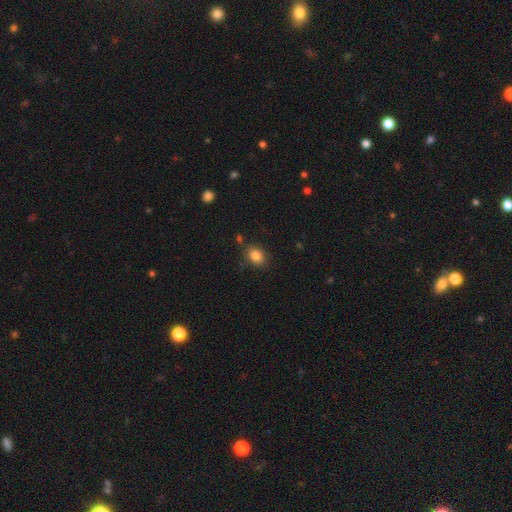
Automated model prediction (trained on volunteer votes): smooth_or_featured: smooth (p=0.84) [alt: star or artifact p=0.10]
how_rounded: in between (p=0.62) [alt: round p=0.37]
merging: none (p=0.78) [alt: minor disturbance p=0.14]